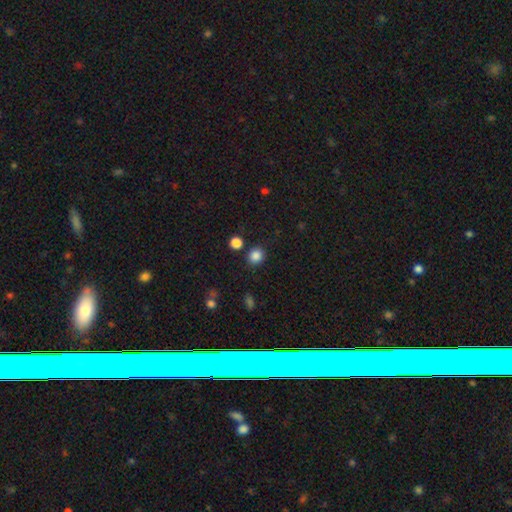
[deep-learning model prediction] smooth 85%, star or artifact 11%, featured or disk 3%. Down the decision tree: how rounded — round (83%); merging — none (83%).